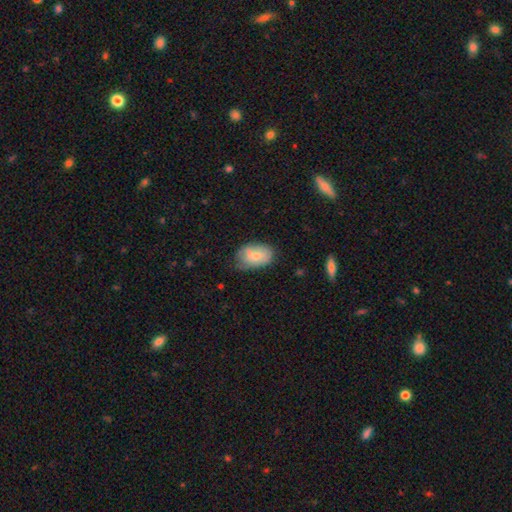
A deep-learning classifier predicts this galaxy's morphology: A smooth galaxy with no disk features (66%) that is in between round and cigar-shaped (87%). Merging: none (53%).